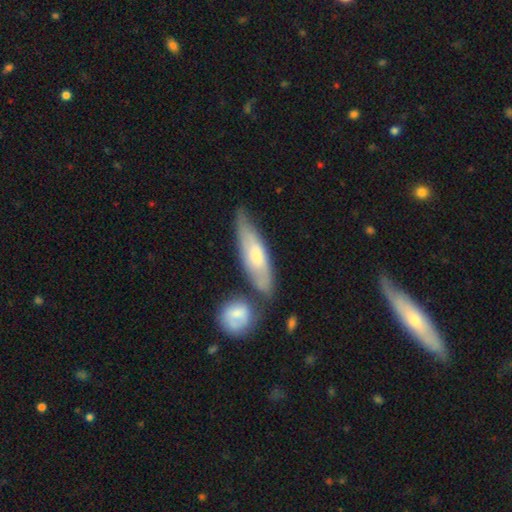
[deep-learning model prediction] smooth_or_featured: smooth (p=0.54) [alt: featured or disk p=0.41]
how_rounded: cigar-shaped (p=0.61) [alt: in between p=0.37]
merging: none (p=0.54) [alt: minor disturbance p=0.21]